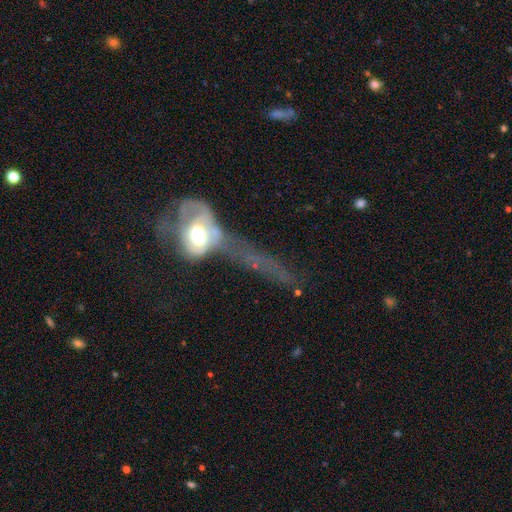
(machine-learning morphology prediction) This is possibly a featured or disk galaxy (50%). Merging: marginally major disturbance (42%).